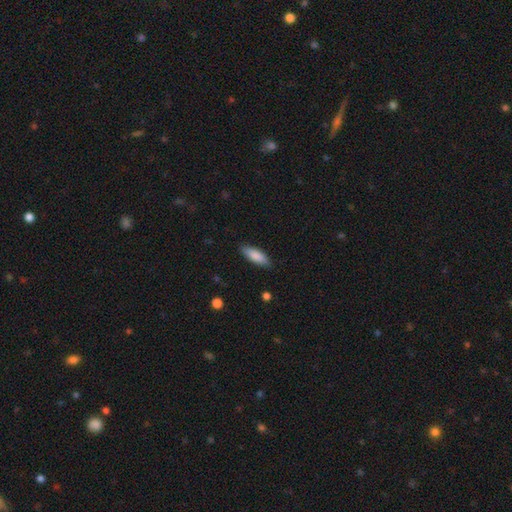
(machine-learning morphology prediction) A smooth galaxy with no disk features (86%) that is in between round and cigar-shaped (60%). Merging: none (87%).